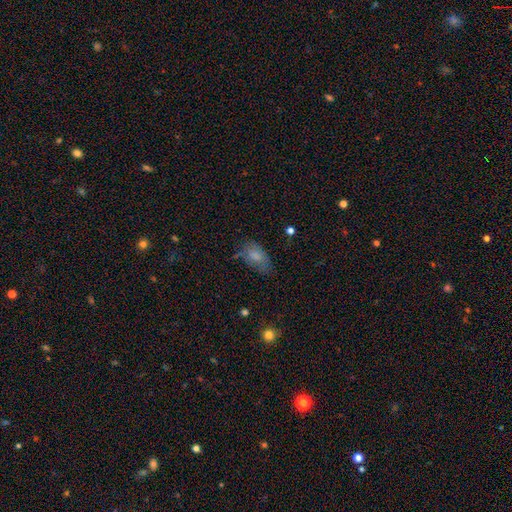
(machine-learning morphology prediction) smooth_or_featured: smooth (p=0.75) [alt: featured or disk p=0.15]
how_rounded: in between (p=0.91) [alt: round p=0.06]
merging: none (p=0.53) [alt: minor disturbance p=0.30]